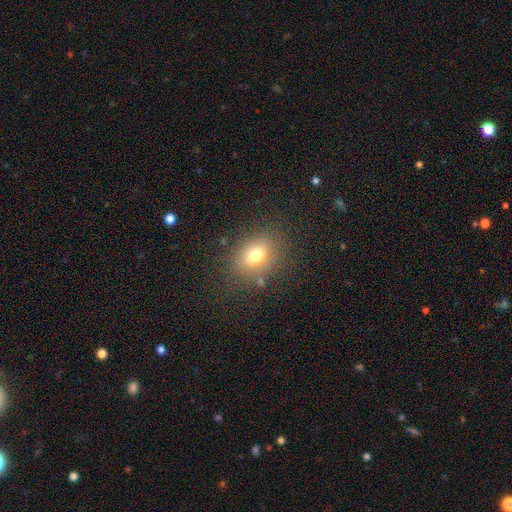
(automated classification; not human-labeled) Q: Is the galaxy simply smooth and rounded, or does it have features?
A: smooth — 74%.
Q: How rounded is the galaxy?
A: in between — 62%.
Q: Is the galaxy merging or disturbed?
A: none — 79%.